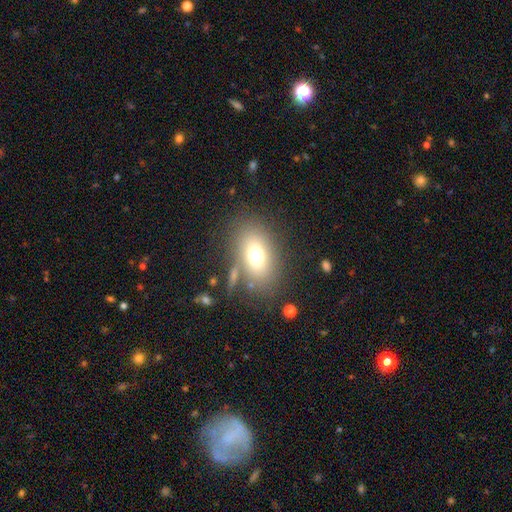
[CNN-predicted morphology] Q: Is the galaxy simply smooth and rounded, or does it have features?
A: smooth — 69%.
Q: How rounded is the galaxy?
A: in between — 76%.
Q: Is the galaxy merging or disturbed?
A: none — 73%.